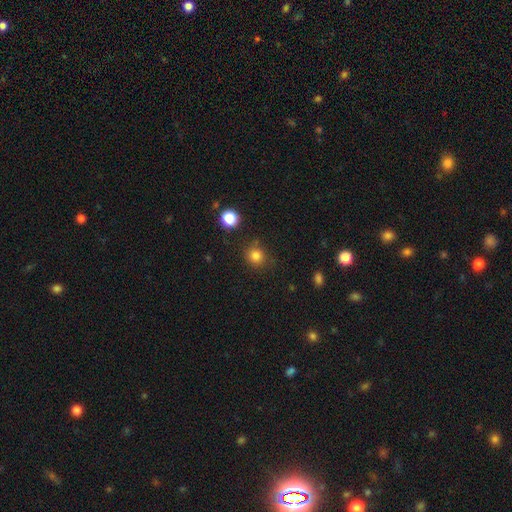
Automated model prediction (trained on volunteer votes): Overall: smooth (82%). How rounded: round (90%). Merging: none (79%).